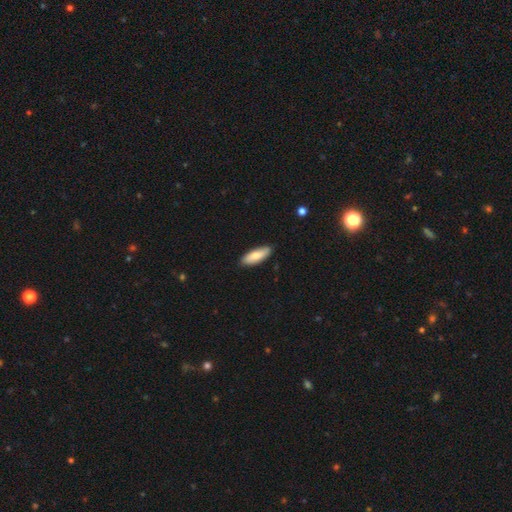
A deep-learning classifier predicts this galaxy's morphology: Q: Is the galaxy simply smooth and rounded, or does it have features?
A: smooth — 80%.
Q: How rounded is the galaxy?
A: in between — 61%.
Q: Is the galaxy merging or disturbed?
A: none — 87%.